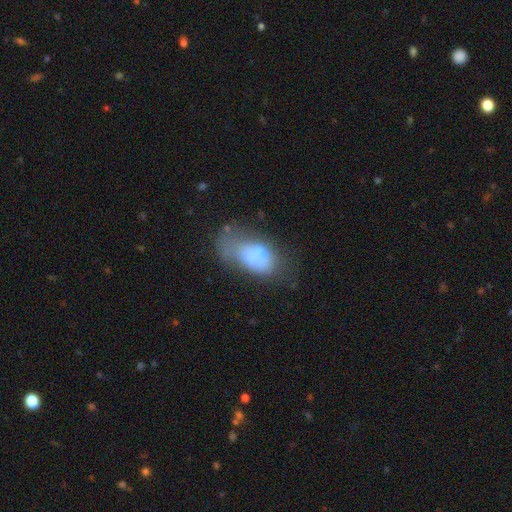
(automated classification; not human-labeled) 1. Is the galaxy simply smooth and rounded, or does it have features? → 55% smooth, 34% featured or disk, 11% star or artifact.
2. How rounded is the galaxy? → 90% in between, 7% round, 3% cigar-shaped.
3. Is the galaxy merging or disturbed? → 30% major disturbance, 25% merger, 24% none, 21% minor disturbance.